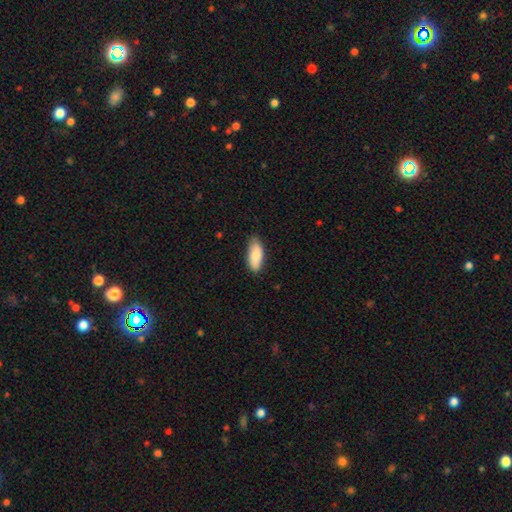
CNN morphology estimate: Q: Smooth or featured?
A: smooth (83%); runner-up: featured or disk (11%)
Q: How rounded?
A: in between (85%); runner-up: cigar-shaped (13%)
Q: Merging?
A: none (82%); runner-up: minor disturbance (15%)